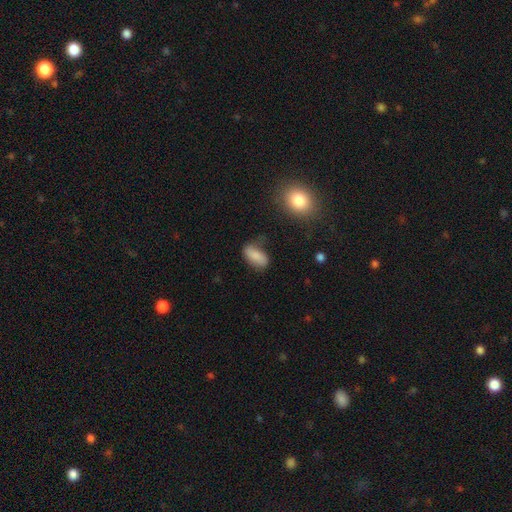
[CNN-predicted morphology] This is likely a smooth galaxy (80%). How rounded: clearly in between (90%). Merging: possibly none (56%).